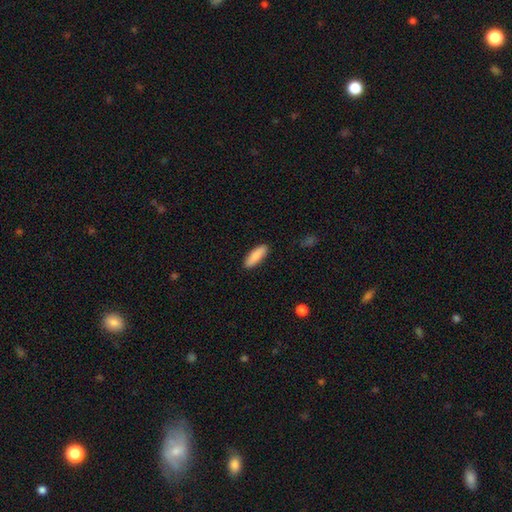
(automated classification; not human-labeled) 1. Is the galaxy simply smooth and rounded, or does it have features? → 88% smooth, 6% featured or disk, 6% star or artifact.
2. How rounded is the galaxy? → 56% in between, 43% cigar-shaped, 2% round.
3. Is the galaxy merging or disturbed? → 89% none, 8% minor disturbance, 2% major disturbance, 1% merger.